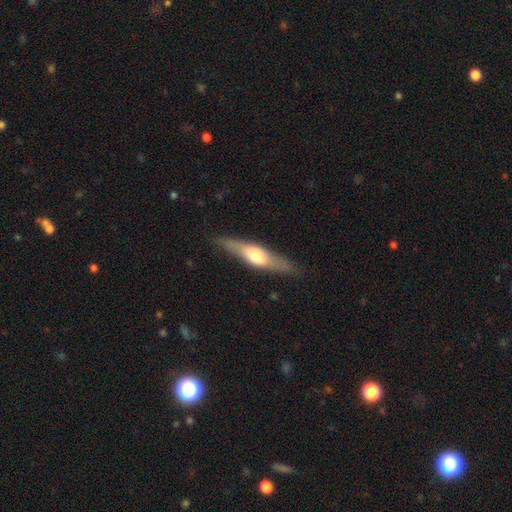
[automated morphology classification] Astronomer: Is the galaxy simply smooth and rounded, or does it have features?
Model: featured or disk — 53% (runner-up: smooth, 42%).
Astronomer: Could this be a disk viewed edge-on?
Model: yes — 88%.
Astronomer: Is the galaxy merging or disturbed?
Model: none — 85%.